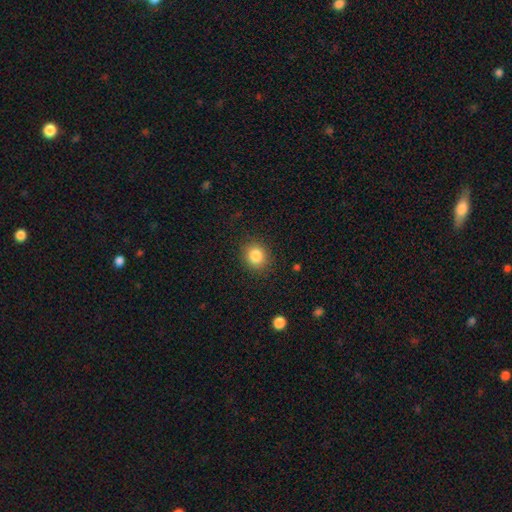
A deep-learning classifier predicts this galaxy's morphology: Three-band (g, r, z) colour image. It shows a smooth galaxy with no disk features (84%) that is round (76%). Merging: none (88%).